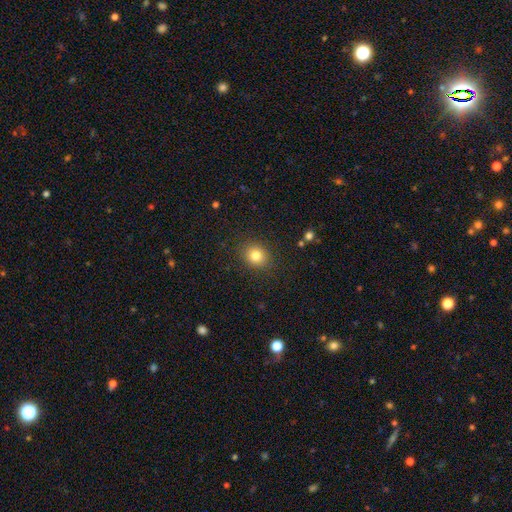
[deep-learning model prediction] Q: Smooth or featured?
A: smooth (82%); runner-up: star or artifact (11%)
Q: How rounded?
A: round (70%); runner-up: in between (29%)
Q: Merging?
A: none (88%); runner-up: minor disturbance (9%)